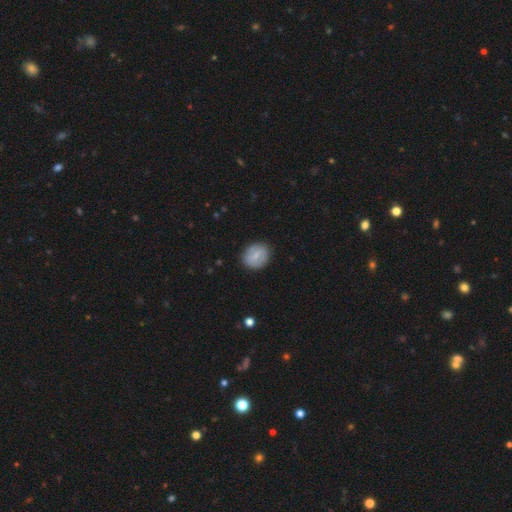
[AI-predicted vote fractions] Smooth or featured?
  - smooth: 60% *
  - featured or disk: 33%
  - star or artifact: 7%
How rounded?
  - round: 63% *
  - in between: 35%
  - cigar-shaped: 1%
Merging?
  - none: 85% *
  - minor disturbance: 11%
  - major disturbance: 3%
  - merger: 1%